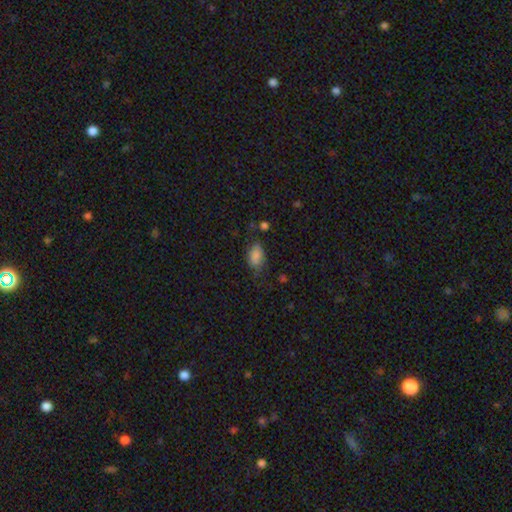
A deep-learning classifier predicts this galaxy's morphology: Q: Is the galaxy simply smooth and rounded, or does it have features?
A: smooth — 83%.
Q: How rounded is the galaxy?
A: in between — 90%.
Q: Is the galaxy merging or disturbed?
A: none — 61%.